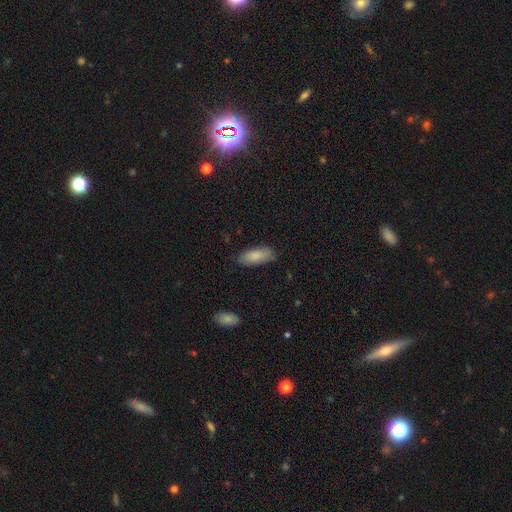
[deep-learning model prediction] Smooth or featured: smooth — 86% (featured or disk — 8%)
How rounded: in between — 79% (cigar-shaped — 19%)
Merging: none — 82% (minor disturbance — 14%)